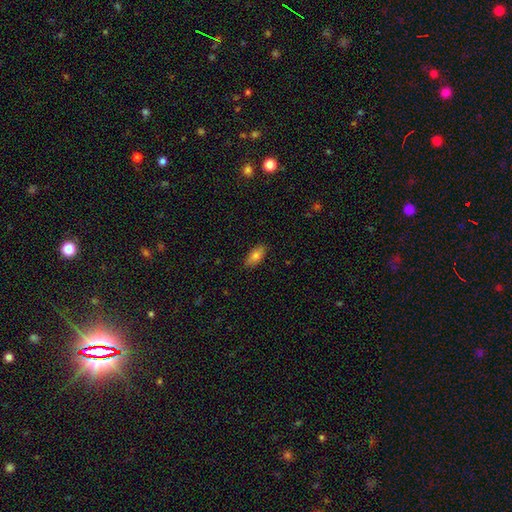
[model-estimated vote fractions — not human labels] Morphology: type=smooth (78%); roundness=in between (88%); merging=none (86%).